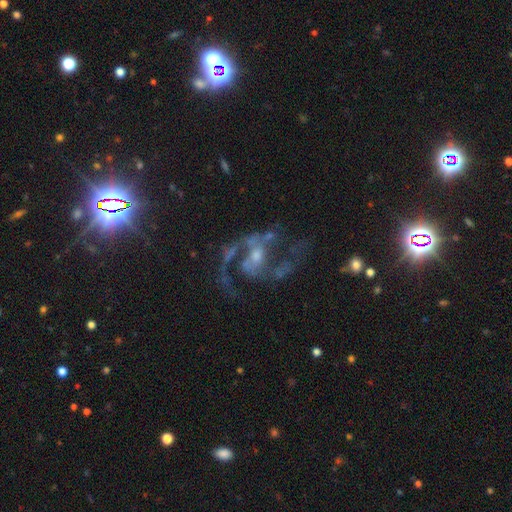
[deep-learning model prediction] A featured or disk galaxy (84%) with no bar (46%), 2 (78%) medium (47%) spiral arms (88%) and a moderate central bulge (46%).

Vote fractions:
- Smooth or featured? featured or disk: 84% / star or artifact: 9% / smooth: 7%
- Edge-on disk? no: 97% / yes: 3%
- Bar? no: 46% / weak: 38% / strong: 15%
- Spiral arms? yes: 88% / no: 12%
- Spiral winding? medium: 47% / loose: 42% / tight: 11%
- Spiral arm count? 2: 78% / can't tell: 7% / 1: 6% / 3: 5% / 4: 2% / more than 4: 2%
- Bulge size? moderate: 46% / small: 44% / none: 6% / large: 4% / dominant: 1%
- Merging? none: 47% / major disturbance: 30% / minor disturbance: 17% / merger: 7%